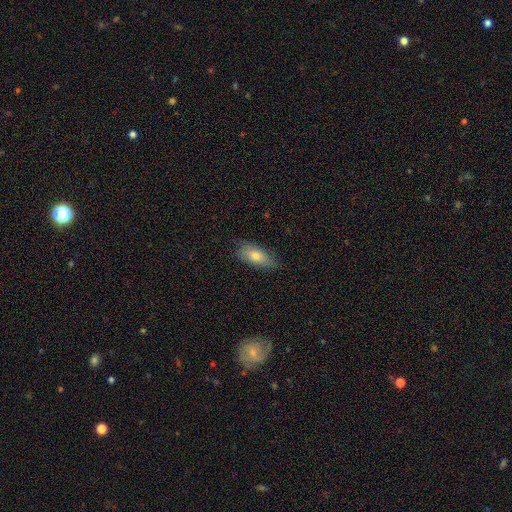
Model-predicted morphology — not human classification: This appears to be a smooth galaxy with no disk features (70%) that is in between round and cigar-shaped (82%). Merging: none (78%).